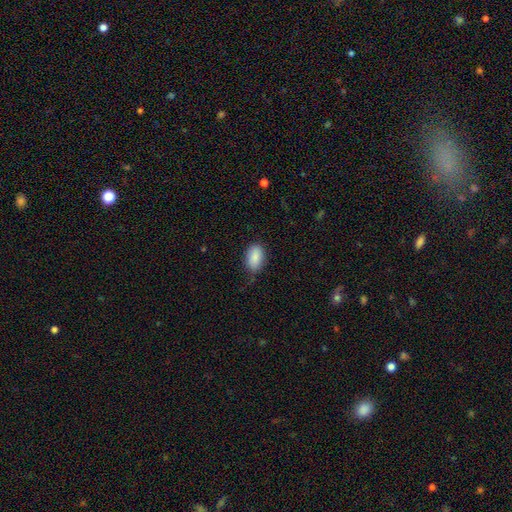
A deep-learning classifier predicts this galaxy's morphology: This appears to be a smooth galaxy with no disk features (88%) that is in between round and cigar-shaped (91%). Merging: none (73%).